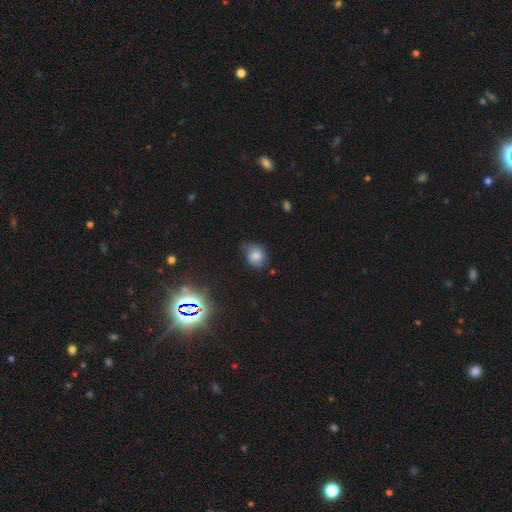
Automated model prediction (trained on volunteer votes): This appears to be a smooth galaxy with no disk features (72%) that is round (55%). Merging: none (51%).